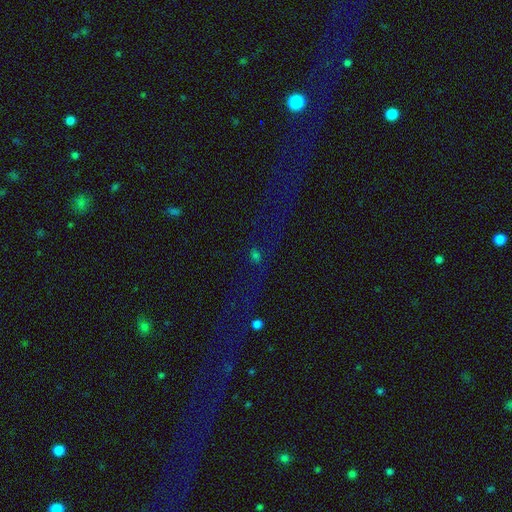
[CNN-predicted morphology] star or artifact 50%, smooth 32%, featured or disk 17%.